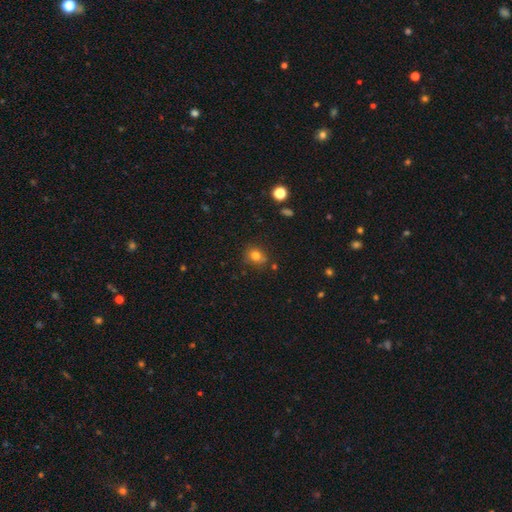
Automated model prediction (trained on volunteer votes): This appears to be a smooth galaxy with no disk features (78%) that is round (64%). Merging: none (72%).